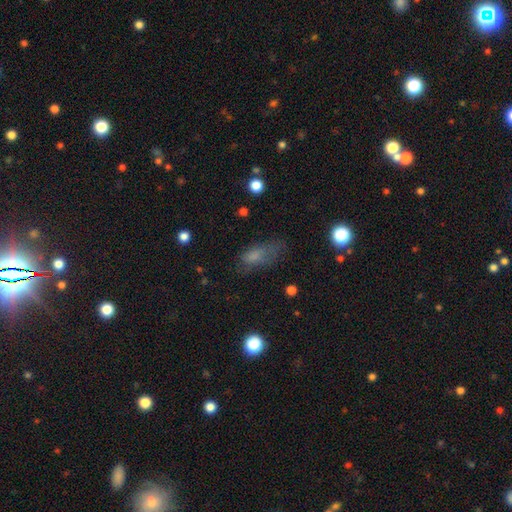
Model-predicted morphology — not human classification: type=smooth (68%); roundness=in between (79%); merging=none (47%).